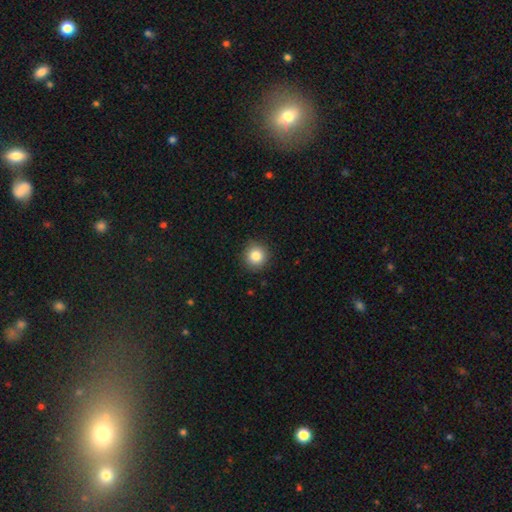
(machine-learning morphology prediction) A smooth galaxy with no disk features (84%) that is round (92%).

Vote fractions:
- Smooth or featured? smooth: 84% / star or artifact: 10% / featured or disk: 6%
- How rounded? round: 92% / in between: 7% / cigar-shaped: 1%
- Merging? none: 90% / minor disturbance: 8% / major disturbance: 2% / merger: 1%